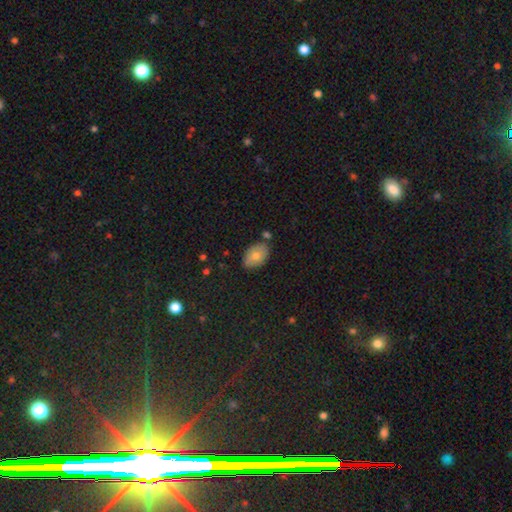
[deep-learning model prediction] Smooth or featured?
  - smooth: 76% *
  - featured or disk: 16%
  - star or artifact: 8%
How rounded?
  - in between: 86% *
  - round: 13%
  - cigar-shaped: 1%
Merging?
  - none: 78% *
  - minor disturbance: 15%
  - merger: 5%
  - major disturbance: 3%